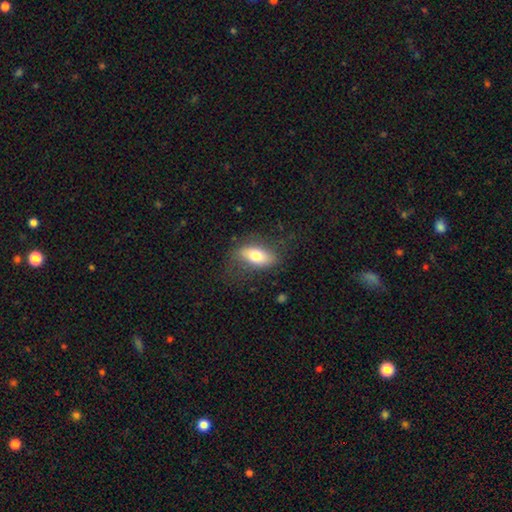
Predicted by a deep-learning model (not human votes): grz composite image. It shows a smooth galaxy with no disk features (69%) that is in between round and cigar-shaped (84%). Merging: none (70%).